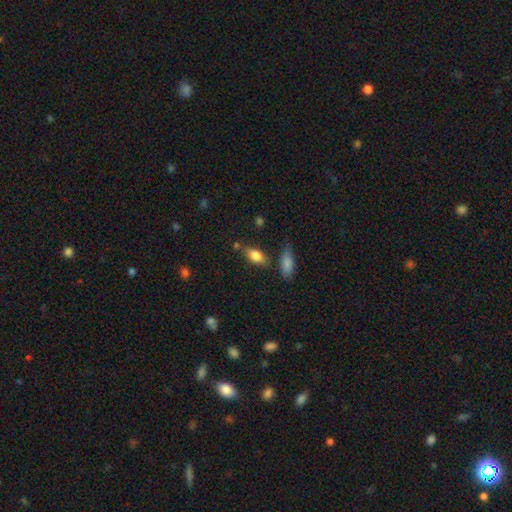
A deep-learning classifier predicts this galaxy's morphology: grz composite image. It shows a smooth galaxy with no disk features (83%) that is in between round and cigar-shaped (87%). Merging: none (70%).